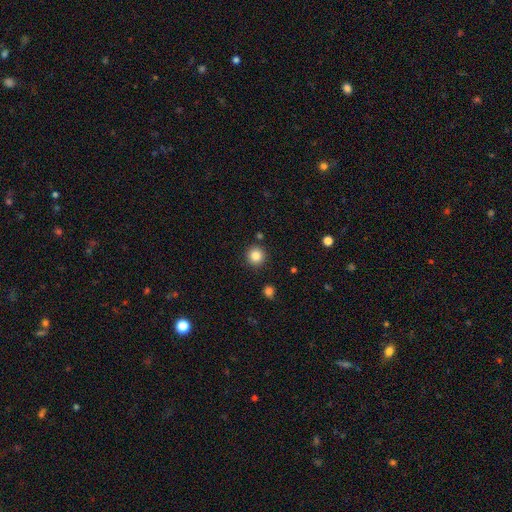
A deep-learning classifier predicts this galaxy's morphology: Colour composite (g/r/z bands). It shows a smooth galaxy with no disk features (84%) that is round (94%). Merging: none (89%).